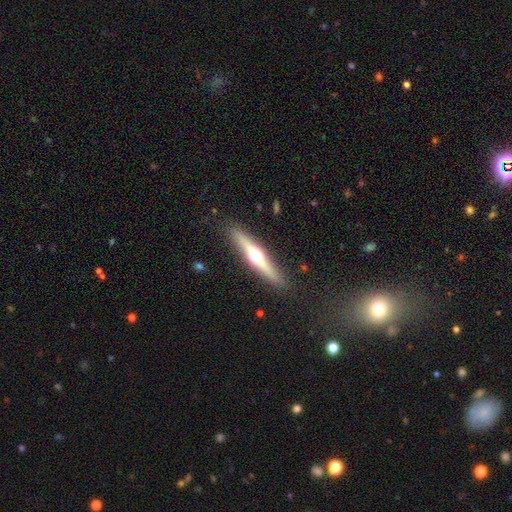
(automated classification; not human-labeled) A featured or disk galaxy (66%) viewed edge-on (96%) with a rounded central bulge (94%). Merging: none (89%).